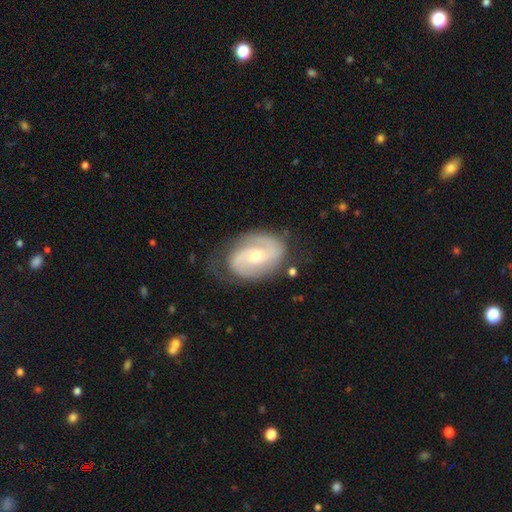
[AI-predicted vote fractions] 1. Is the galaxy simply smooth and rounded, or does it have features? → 82% featured or disk, 13% smooth, 5% star or artifact.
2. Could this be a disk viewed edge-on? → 97% no, 3% yes.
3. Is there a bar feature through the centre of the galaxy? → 48% no, 39% weak, 13% strong.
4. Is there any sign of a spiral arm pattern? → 93% yes, 7% no.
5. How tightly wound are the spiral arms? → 45% medium, 35% tight, 21% loose.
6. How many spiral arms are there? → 82% 2, 9% can't tell, 3% 1, 3% 3, 1% 4, 1% more than 4.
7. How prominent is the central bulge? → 55% moderate, 41% small, 2% large, 1% none, 1% dominant.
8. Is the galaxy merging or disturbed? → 69% none, 20% minor disturbance, 9% major disturbance, 2% merger.